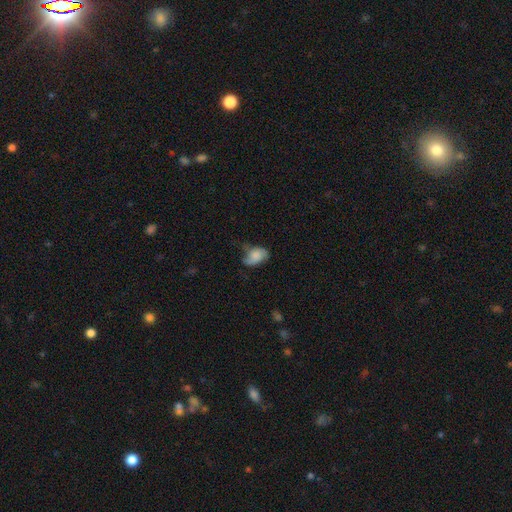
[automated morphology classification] type=smooth (67%); roundness=in between (84%); merging=none (38%).